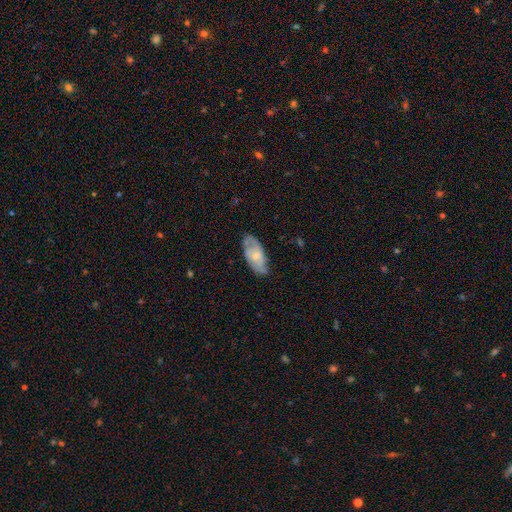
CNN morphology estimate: type=smooth (47%, tied with featured or disk); merging=none (63%).